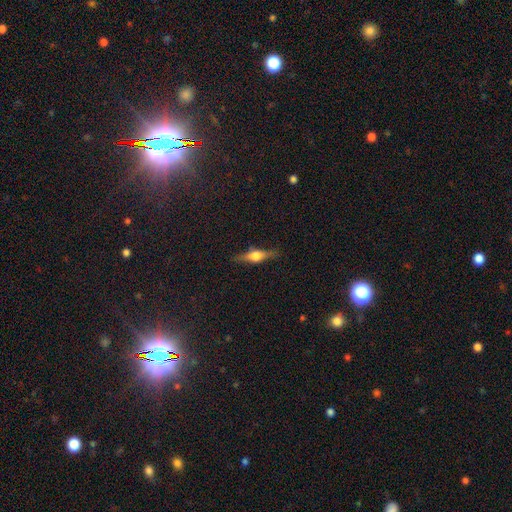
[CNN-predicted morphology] smooth_or_featured: featured or disk (p=0.65) [alt: smooth p=0.27]
disk_edge_on: yes (p=0.96) [alt: no p=0.04]
edge_on_bulge: rounded (p=0.93) [alt: boxy p=0.06]
merging: none (p=0.87) [alt: minor disturbance p=0.10]